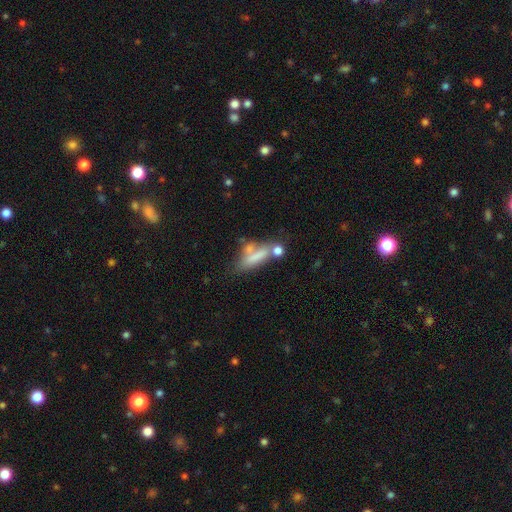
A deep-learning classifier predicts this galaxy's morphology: A smooth galaxy with no disk features (61%) that is cigar-shaped (48%).

Vote fractions:
- Smooth or featured? smooth: 61% / featured or disk: 28% / star or artifact: 11%
- How rounded? cigar-shaped: 48% / in between: 47% / round: 5%
- Merging? merger: 37% / none: 30% / minor disturbance: 17% / major disturbance: 16%